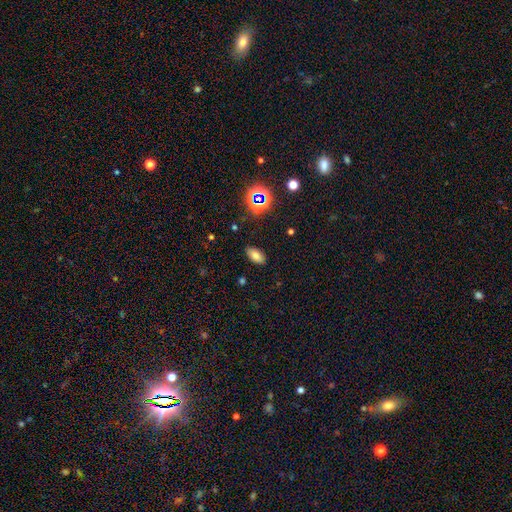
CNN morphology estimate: Smooth or featured: smooth — 74% (star or artifact — 16%)
How rounded: in between — 92% (round — 4%)
Merging: none — 87% (minor disturbance — 9%)